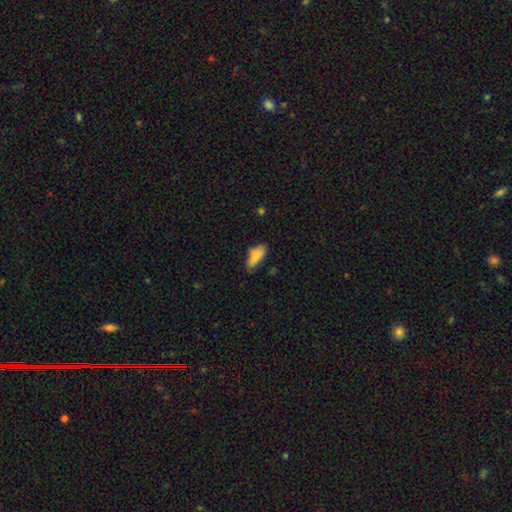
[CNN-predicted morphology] The model was most divided on "merging": none: 60%, minor disturbance: 30%, major disturbance: 7%, merger: 4%. More confident: smooth or featured — smooth (83%); how rounded — in between (78%).